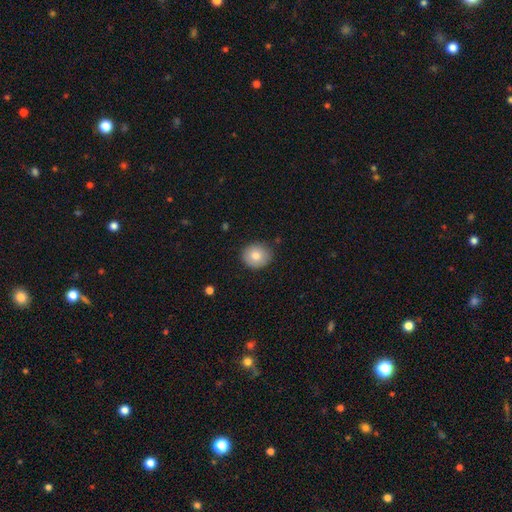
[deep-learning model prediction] smooth 81%, featured or disk 10%, star or artifact 8%. Down the decision tree: how rounded — round (79%); merging — none (86%).